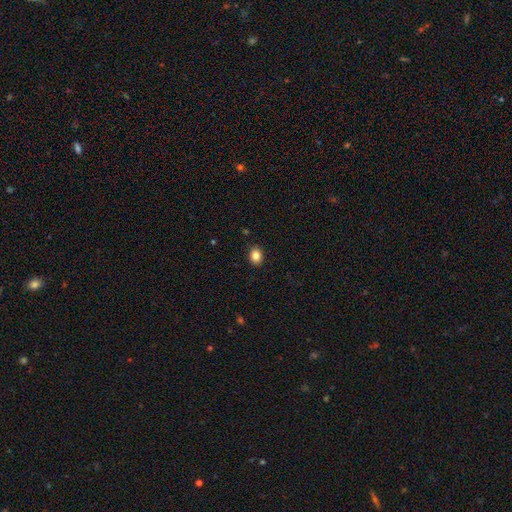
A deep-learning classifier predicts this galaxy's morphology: Smooth or featured? smooth (85%)
How rounded? in between (56%)
Merging? none (90%)